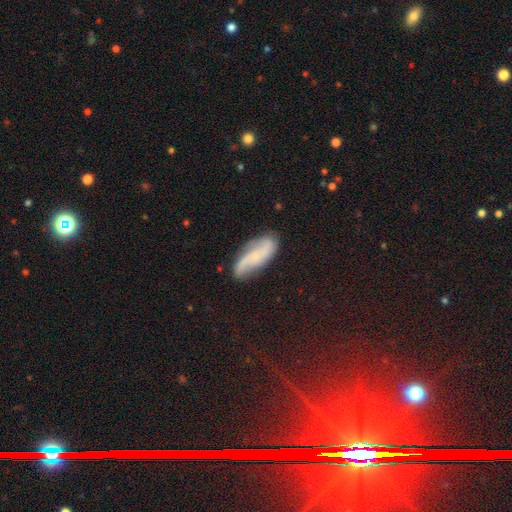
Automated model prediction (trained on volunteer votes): The model was most divided on "bulge size": none: 45%, small: 40%, moderate: 11%, large: 3%, dominant: 1%. Remaining: spiral arms — yes (93%); edge-on disk — no (91%); spiral arm count — 2 (82%); merging — none (72%); smooth or featured — featured or disk (63%); bar — no (57%); spiral winding — loose (49%).